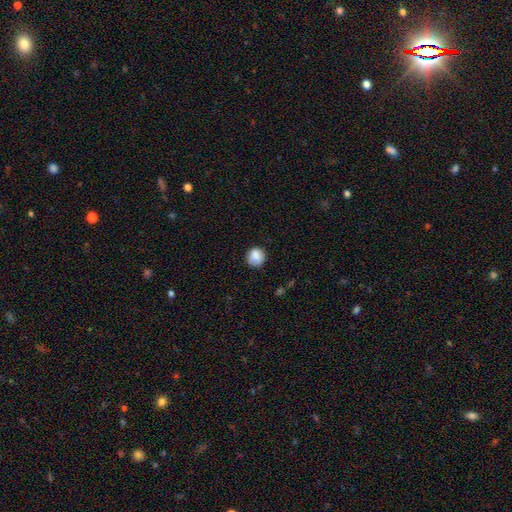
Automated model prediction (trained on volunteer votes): Smooth or featured: smooth — 86% (star or artifact — 9%)
How rounded: round — 88% (in between — 11%)
Merging: none — 81% (minor disturbance — 14%)